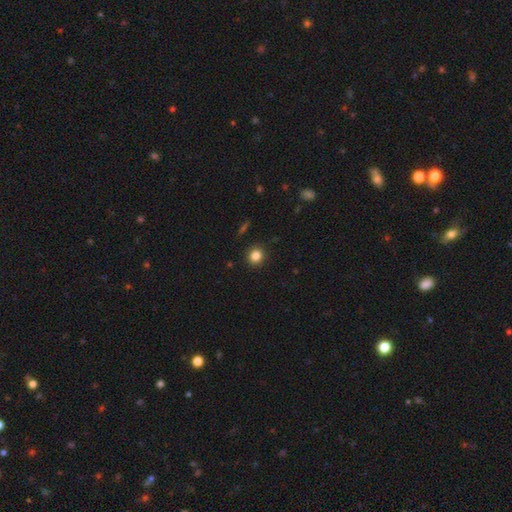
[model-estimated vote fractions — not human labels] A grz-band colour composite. It shows a smooth galaxy with no disk features (84%) that is round (87%). Merging: none (91%).